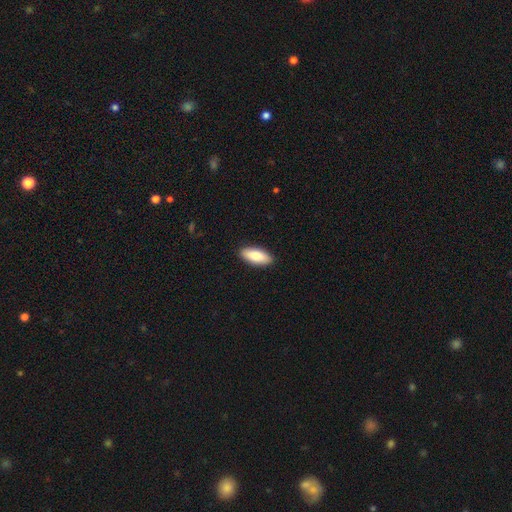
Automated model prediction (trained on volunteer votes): This is clearly a smooth galaxy (82%). How rounded: likely in between (79%). Merging: clearly none (90%).